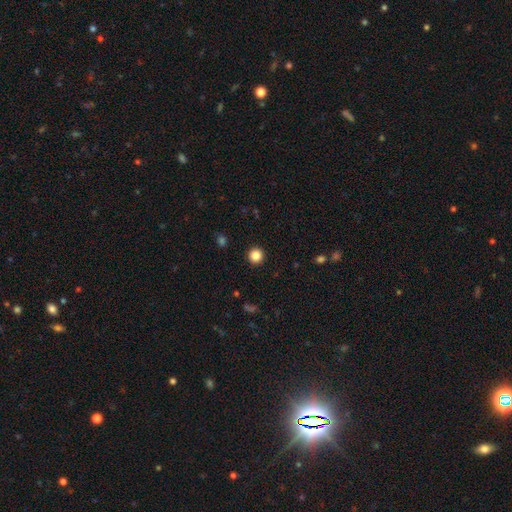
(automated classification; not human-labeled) A smooth galaxy with no disk features (85%) that is round (96%). Merging: none (93%).